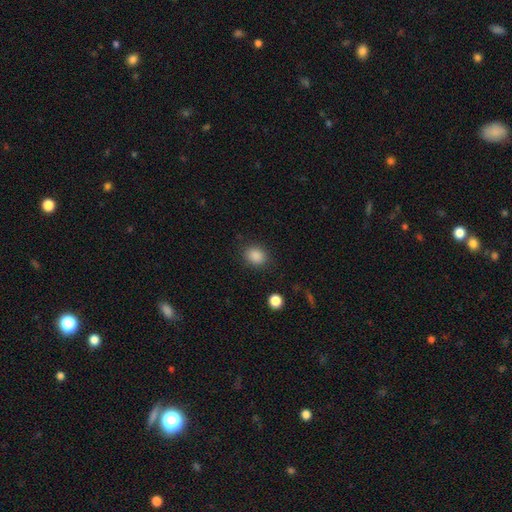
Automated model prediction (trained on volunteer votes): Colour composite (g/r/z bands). It shows a smooth galaxy with no disk features (87%) that is round (52%). Merging: none (84%).